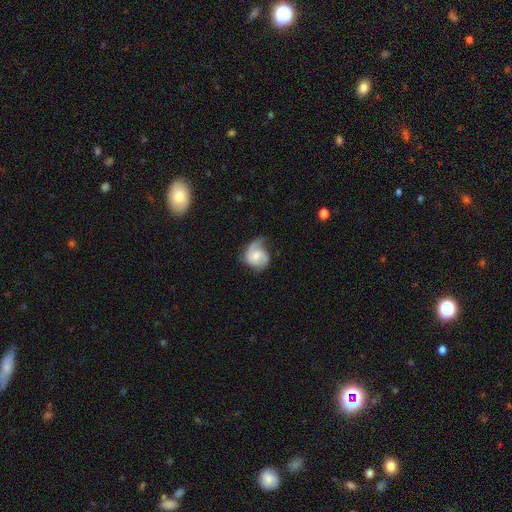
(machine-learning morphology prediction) The model was most divided on "bulge size" (2-way tie): small: 42%, moderate: 42%, none: 11%, large: 5%, dominant: 1%. Remaining: edge-on disk — no (98%); spiral arms — yes (95%); smooth or featured — featured or disk (73%); spiral arm count — 2 (67%); bar — no (57%); merging — none (53%); spiral winding — medium (46%).